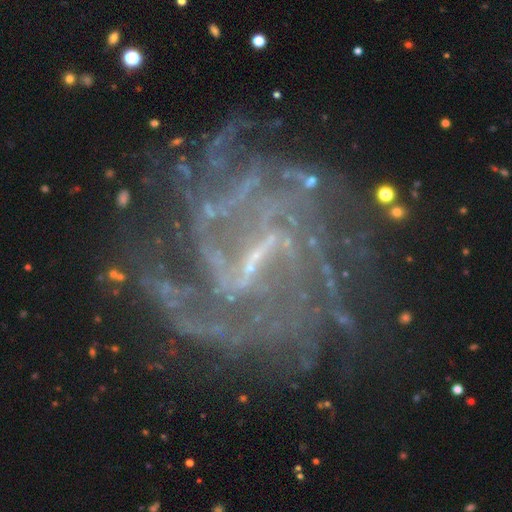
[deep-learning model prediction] Smooth or featured: featured or disk — 85% (star or artifact — 10%)
Edge-on disk: no — 97% (yes — 3%)
Bar: strong — 47% (weak — 39%)
Spiral arms: yes — 94% (no — 6%)
Spiral winding: tight — 57% (medium — 33%)
Spiral arm count: can't tell — 32% (4 — 17%)
Bulge size: small — 54% (none — 27%)
Merging: none — 65% (minor disturbance — 16%)